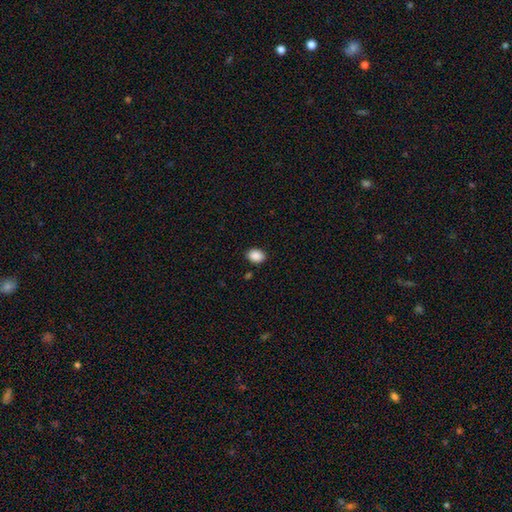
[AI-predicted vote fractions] Overall: smooth (89%). How rounded: in between (71%). Merging: none (88%).